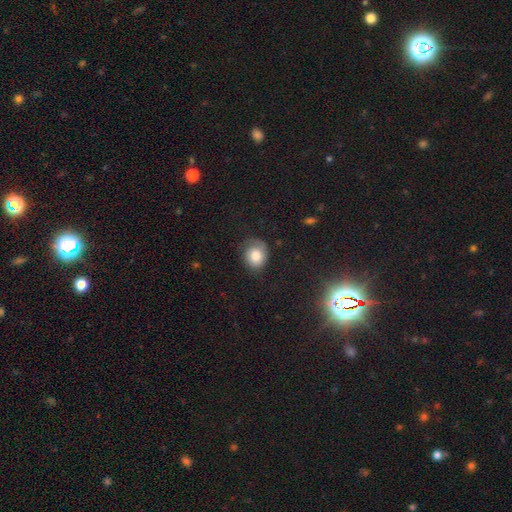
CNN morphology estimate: This is likely a smooth galaxy (70%). How rounded: likely round (66%). Merging: likely none (64%).